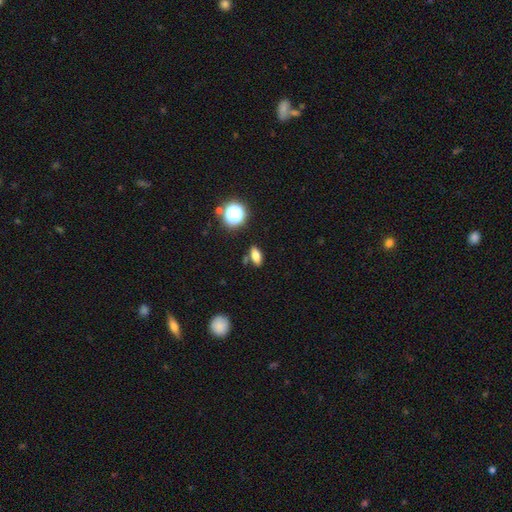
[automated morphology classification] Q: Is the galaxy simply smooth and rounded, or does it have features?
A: smooth — 76%.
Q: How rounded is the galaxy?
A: in between — 77%.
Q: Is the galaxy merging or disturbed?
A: none — 82%.